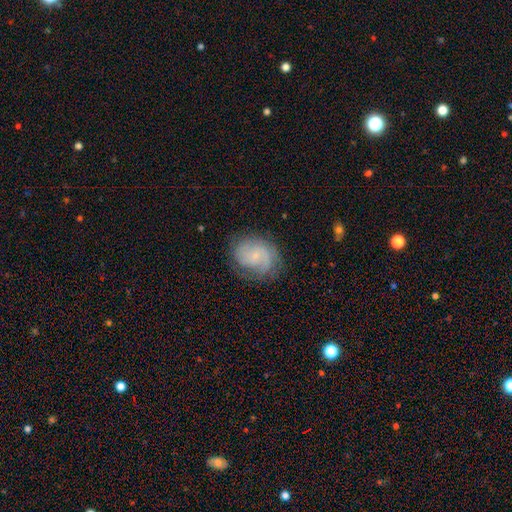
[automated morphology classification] Overall: featured or disk (65%; smooth 27%). Edge-on disk: no (98%). Bar: no (65%; weak 31%). Spiral arms: yes (93%). Spiral arm count: 2 (52%; can't tell 22%). Spiral winding: medium (42%; tight 39%). Bulge size: small (76%). Merging: none (74%).